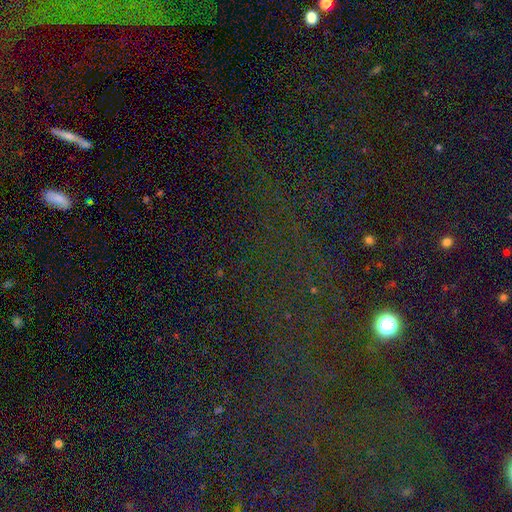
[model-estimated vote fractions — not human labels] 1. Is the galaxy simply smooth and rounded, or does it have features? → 80% star or artifact, 13% smooth, 8% featured or disk.